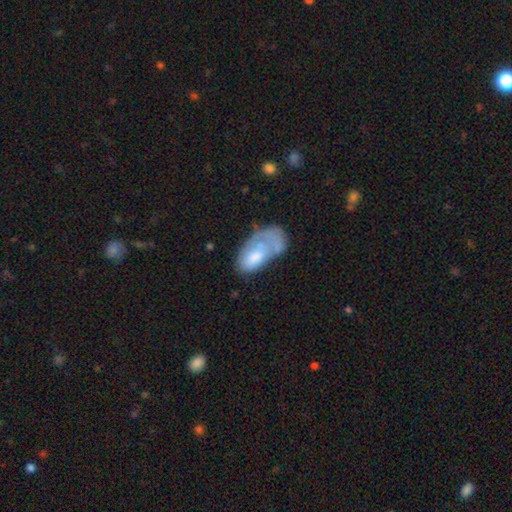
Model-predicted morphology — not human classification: Smooth or featured: smooth — 57% (featured or disk — 36%)
How rounded: in between — 92% (cigar-shaped — 5%)
Merging: major disturbance — 35% (none — 26%)